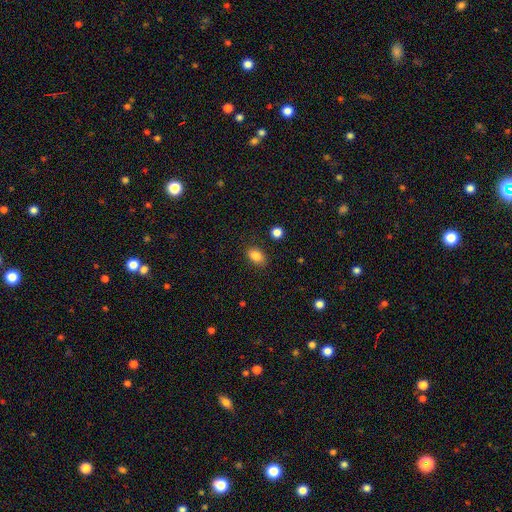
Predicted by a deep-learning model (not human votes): This appears to be a smooth galaxy with no disk features (86%) that is in between round and cigar-shaped (85%). Merging: none (82%).